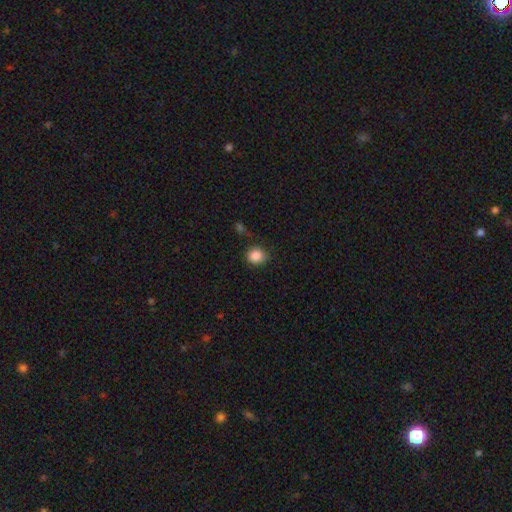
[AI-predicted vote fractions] Overall: smooth (87%). How rounded: round (81%). Merging: none (77%).